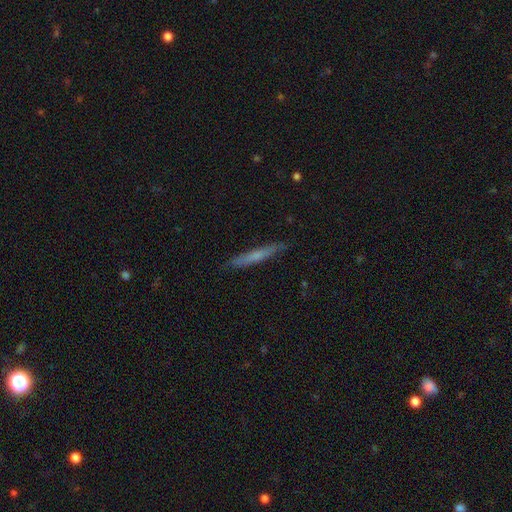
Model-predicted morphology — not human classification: smooth_or_featured: smooth (p=0.54) [alt: featured or disk p=0.39]
how_rounded: cigar-shaped (p=0.95) [alt: in between p=0.03]
merging: none (p=0.88) [alt: minor disturbance p=0.10]